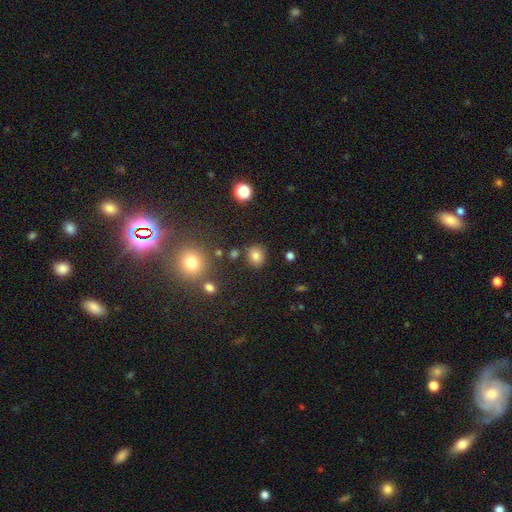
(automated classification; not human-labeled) smooth_or_featured: smooth (p=0.79) [alt: star or artifact p=0.13]
how_rounded: round (p=0.76) [alt: in between p=0.23]
merging: none (p=0.82) [alt: minor disturbance p=0.10]